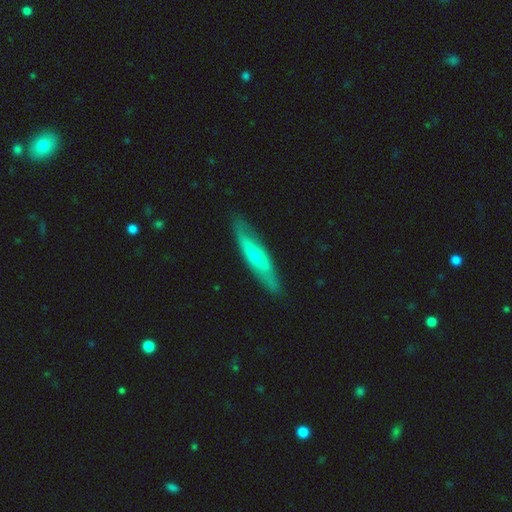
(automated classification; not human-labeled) Q: Smooth or featured?
A: featured or disk (50%); runner-up: smooth (45%)
Q: Merging?
A: none (84%); runner-up: minor disturbance (12%)